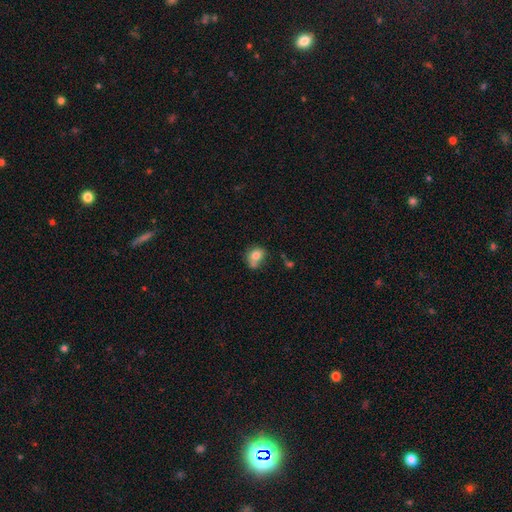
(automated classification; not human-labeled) This appears to be a smooth galaxy with no disk features (77%) that is round (50%). Merging: none (42%).